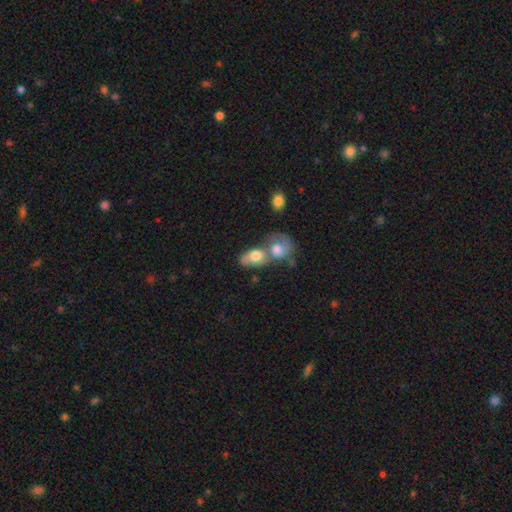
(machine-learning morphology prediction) smooth 69%, featured or disk 24%, star or artifact 7%. Down the decision tree: how rounded — in between (75%); merging — merger (74%).